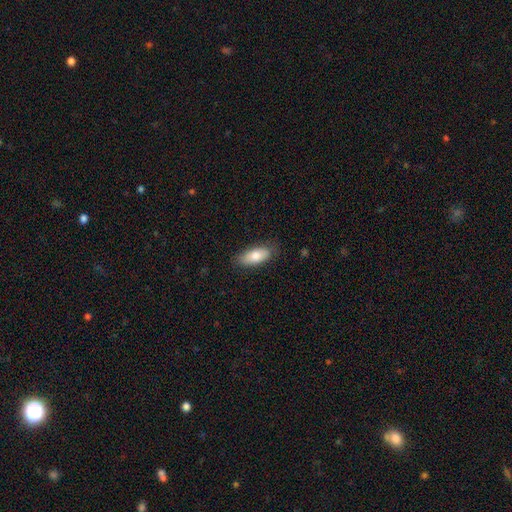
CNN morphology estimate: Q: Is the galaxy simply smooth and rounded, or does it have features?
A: smooth — 77%.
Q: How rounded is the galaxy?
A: in between — 83%.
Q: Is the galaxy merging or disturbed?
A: none — 83%.